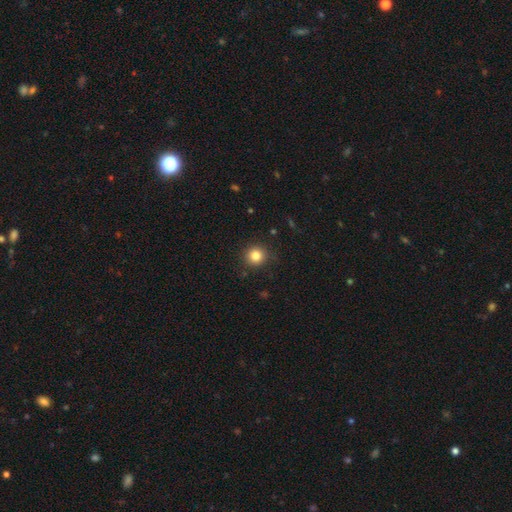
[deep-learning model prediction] Smooth or featured?
  - smooth: 83% *
  - star or artifact: 12%
  - featured or disk: 5%
How rounded?
  - round: 93% *
  - in between: 6%
  - cigar-shaped: 1%
Merging?
  - none: 90% *
  - minor disturbance: 7%
  - major disturbance: 2%
  - merger: 1%